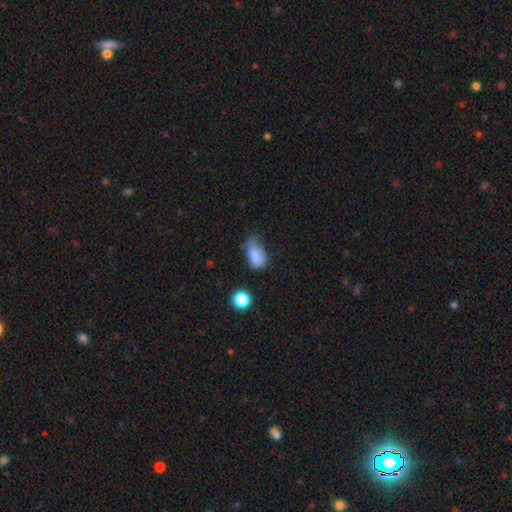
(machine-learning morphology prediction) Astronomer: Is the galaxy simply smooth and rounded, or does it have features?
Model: smooth — 80%.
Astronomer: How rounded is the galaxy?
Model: in between — 87%.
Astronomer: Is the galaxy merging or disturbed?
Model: minor disturbance — 42% (runner-up: none, 29%).